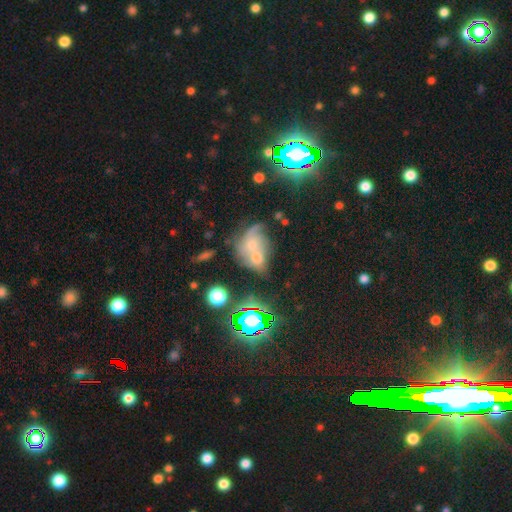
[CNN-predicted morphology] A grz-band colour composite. It shows a smooth galaxy with no disk features (37%). Merging: merger (57%).